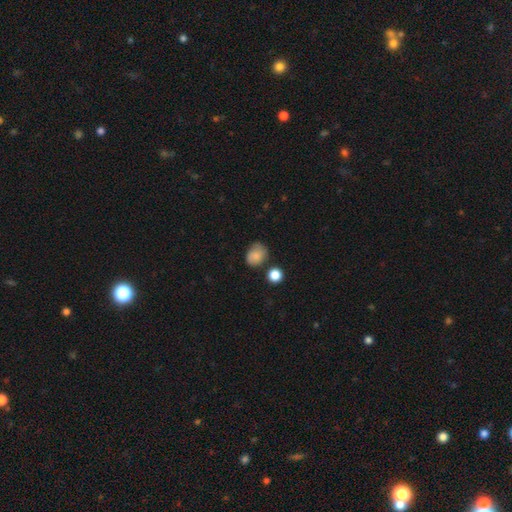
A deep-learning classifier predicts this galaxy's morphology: Smooth or featured: smooth — 81% (star or artifact — 9%)
How rounded: in between — 53% (round — 46%)
Merging: none — 62% (minor disturbance — 27%)